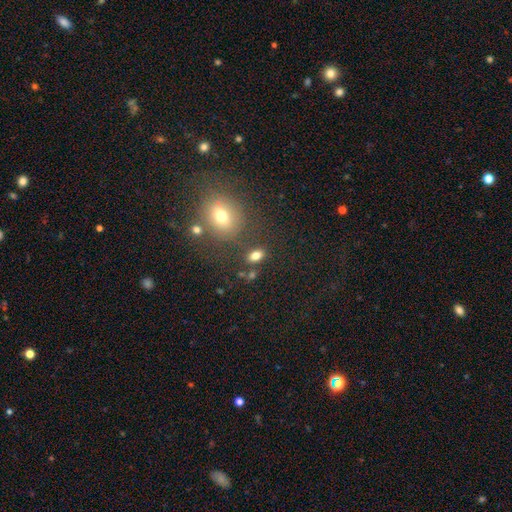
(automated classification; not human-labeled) Smooth or featured? smooth (79%)
How rounded? in between (83%)
Merging? none (76%)